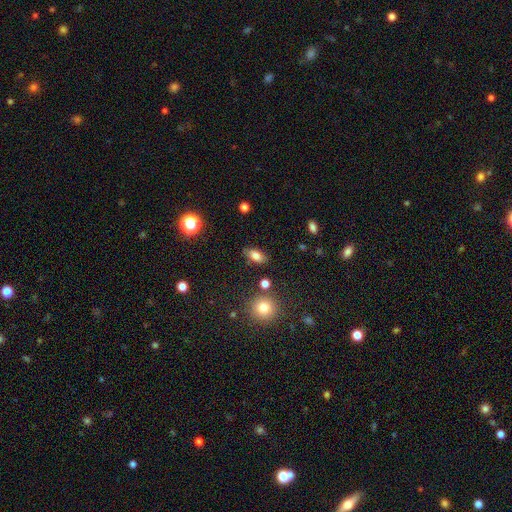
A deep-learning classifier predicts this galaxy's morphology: The model was most divided on "smooth or featured": smooth: 78%, featured or disk: 11%, star or artifact: 10%. More confident: how rounded — in between (85%); merging — none (81%).